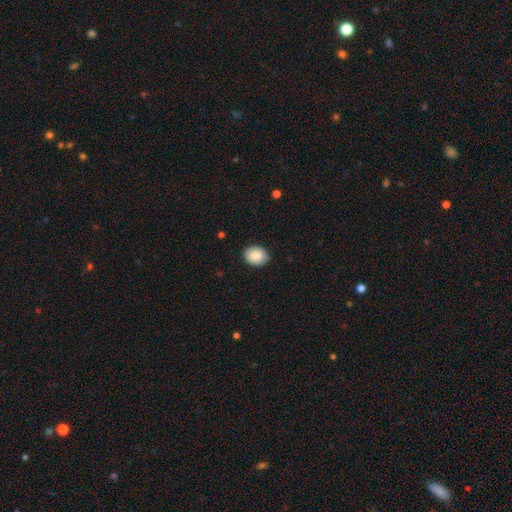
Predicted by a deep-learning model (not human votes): Smooth or featured? smooth (86%)
How rounded? in between (56%)
Merging? none (85%)